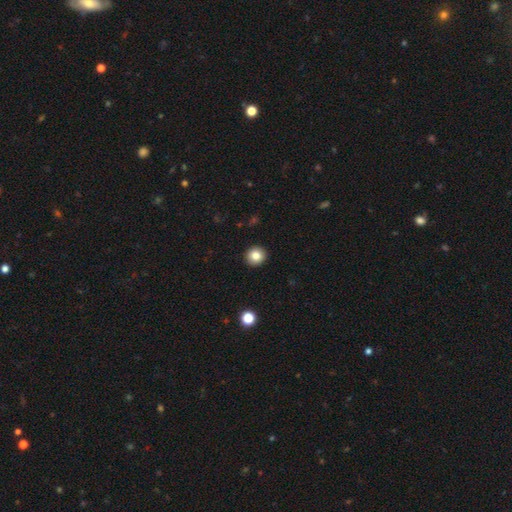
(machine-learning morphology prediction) Q: Smooth or featured?
A: smooth (83%); runner-up: star or artifact (10%)
Q: How rounded?
A: round (91%); runner-up: in between (8%)
Q: Merging?
A: none (93%); runner-up: minor disturbance (5%)